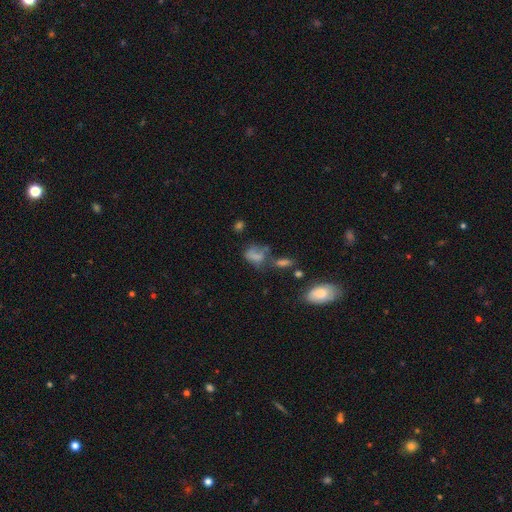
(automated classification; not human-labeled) Smooth or featured: smooth — 65% (featured or disk — 19%)
How rounded: in between — 77% (round — 19%)
Merging: none — 31% (merger — 23%)